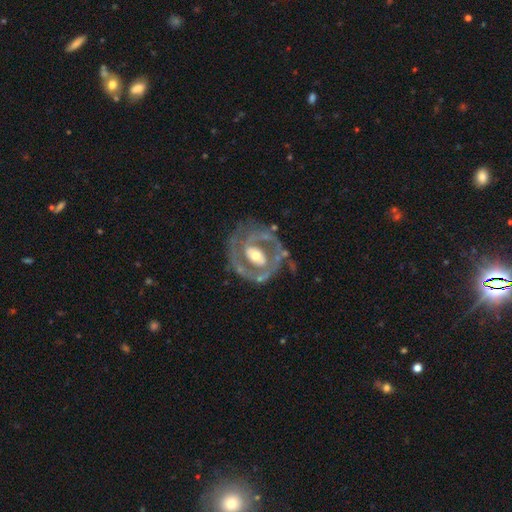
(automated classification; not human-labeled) A featured or disk galaxy (83%) with no bar (47%), 2 (64%) tight (48%) spiral arms (71%) and a moderate central bulge (66%).

Vote fractions:
- Smooth or featured? featured or disk: 83% / smooth: 13% / star or artifact: 4%
- Edge-on disk? no: 97% / yes: 3%
- Bar? no: 47% / weak: 32% / strong: 21%
- Spiral arms? yes: 71% / no: 29%
- Spiral winding? tight: 48% / medium: 38% / loose: 14%
- Spiral arm count? 2: 64% / can't tell: 15% / 1: 12% / 3: 5% / 4: 2% / more than 4: 2%
- Bulge size? moderate: 66% / small: 19% / large: 12% / dominant: 1% / none: 1%
- Merging? none: 65% / minor disturbance: 19% / major disturbance: 13% / merger: 3%